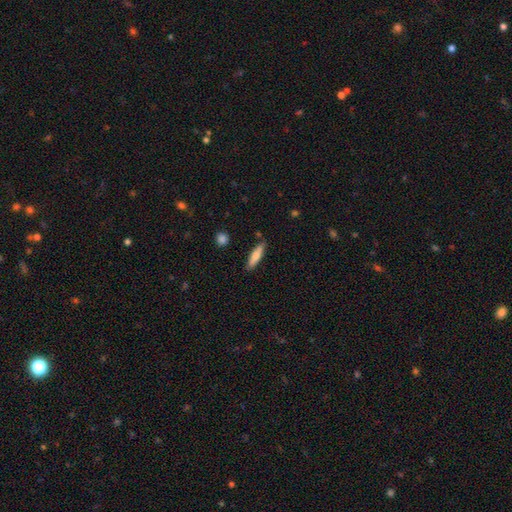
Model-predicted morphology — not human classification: A smooth galaxy with no disk features (72%) that is cigar-shaped (76%). Merging: none (83%).